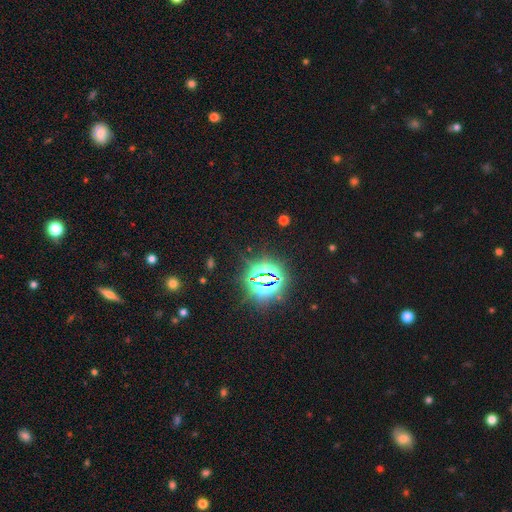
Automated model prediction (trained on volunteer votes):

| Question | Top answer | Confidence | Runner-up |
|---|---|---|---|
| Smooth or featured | star or artifact | 82% | smooth (12%) |